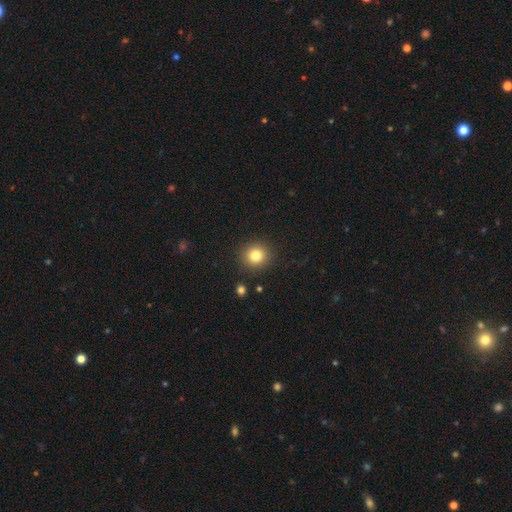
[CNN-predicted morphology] The model was most divided on "smooth or featured": smooth: 82%, star or artifact: 11%, featured or disk: 7%. More confident: how rounded — round (90%); merging — none (90%).